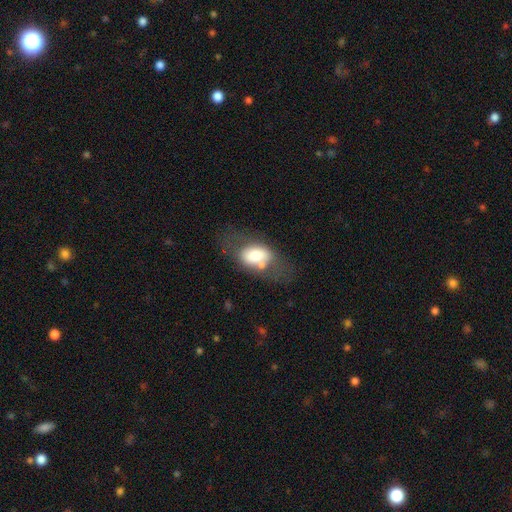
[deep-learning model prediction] Smooth or featured? Predicted: smooth (p=0.63). How rounded? Predicted: in between (p=0.84). Merging? Predicted: none (p=0.45).